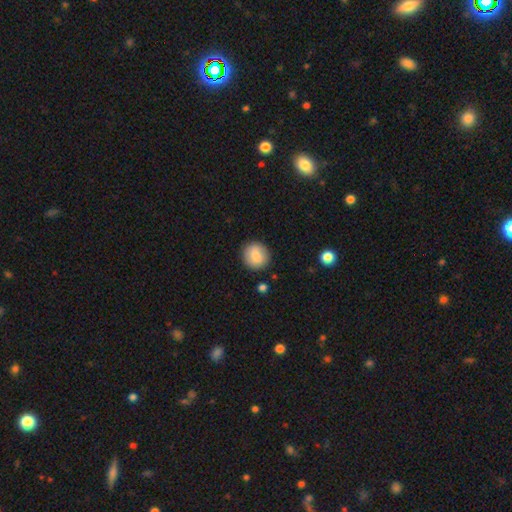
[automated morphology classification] Smooth or featured: smooth — 82% (featured or disk — 11%)
How rounded: round — 86% (in between — 13%)
Merging: none — 87% (minor disturbance — 9%)